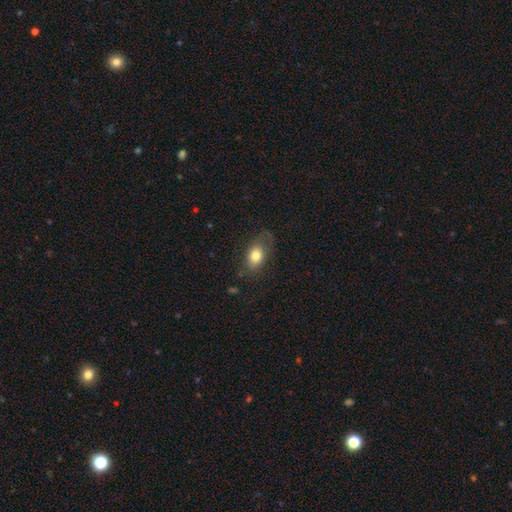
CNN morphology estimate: The model was most divided on "merging": none: 64%, minor disturbance: 23%, major disturbance: 11%, merger: 2%. More confident: how rounded — in between (80%); smooth or featured — smooth (78%).